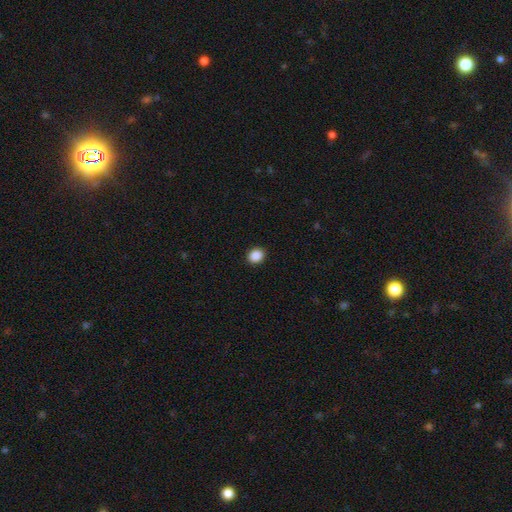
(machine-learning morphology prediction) This appears to be a smooth galaxy with no disk features (89%) that is round (70%). Merging: none (92%).